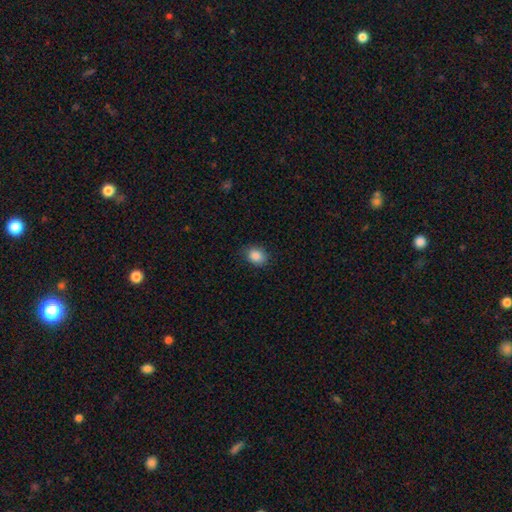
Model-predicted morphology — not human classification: smooth 86%, star or artifact 9%, featured or disk 4%. Down the decision tree: how rounded — in between (50%); merging — none (84%).